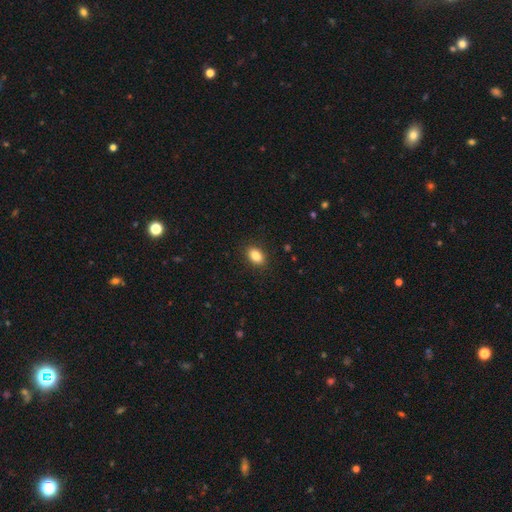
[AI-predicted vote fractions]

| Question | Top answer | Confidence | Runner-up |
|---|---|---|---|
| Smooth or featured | smooth | 86% | star or artifact (9%) |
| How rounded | in between | 85% | round (14%) |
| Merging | none | 89% | minor disturbance (8%) |